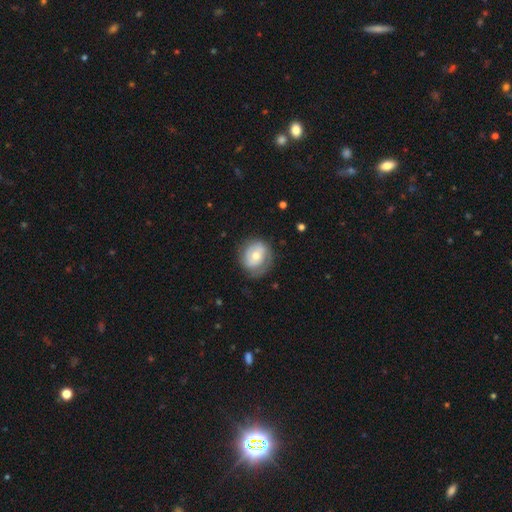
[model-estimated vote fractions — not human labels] Morphology: type=featured or disk (51%); edge-on=no (96%); merging=none (68%).